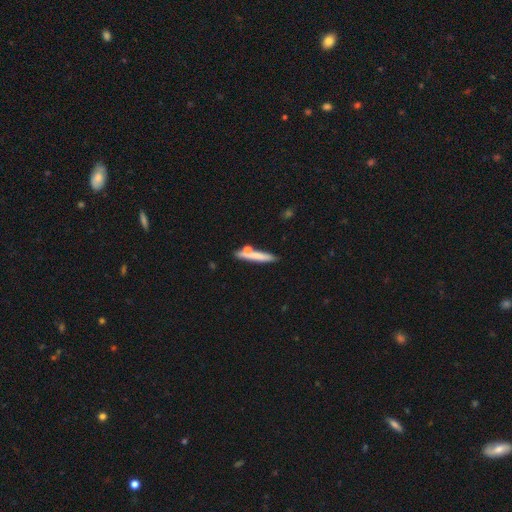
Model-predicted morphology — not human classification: smooth 67%, featured or disk 26%, star or artifact 7%. Down the decision tree: how rounded — cigar-shaped (89%); merging — none (68%).